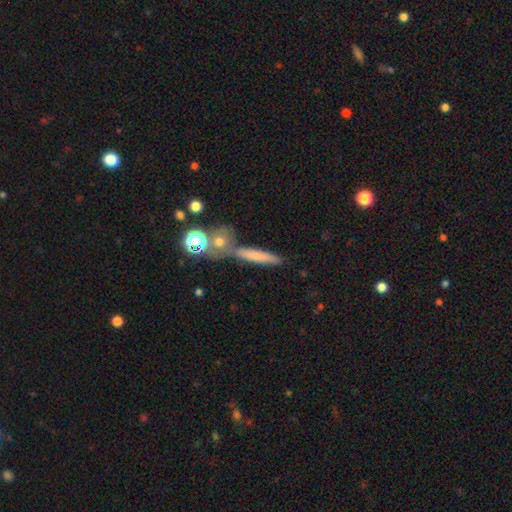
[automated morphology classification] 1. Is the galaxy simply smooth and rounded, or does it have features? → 68% smooth, 20% featured or disk, 12% star or artifact.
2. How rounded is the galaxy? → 81% cigar-shaped, 12% in between, 6% round.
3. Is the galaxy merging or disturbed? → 65% none, 19% merger, 11% minor disturbance, 5% major disturbance.